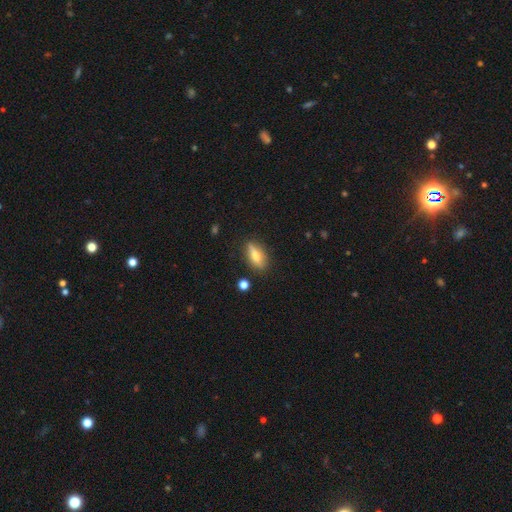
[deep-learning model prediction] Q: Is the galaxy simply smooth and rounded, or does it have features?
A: smooth — 51%.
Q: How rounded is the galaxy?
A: in between — 57%.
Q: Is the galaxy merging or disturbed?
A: none — 83%.